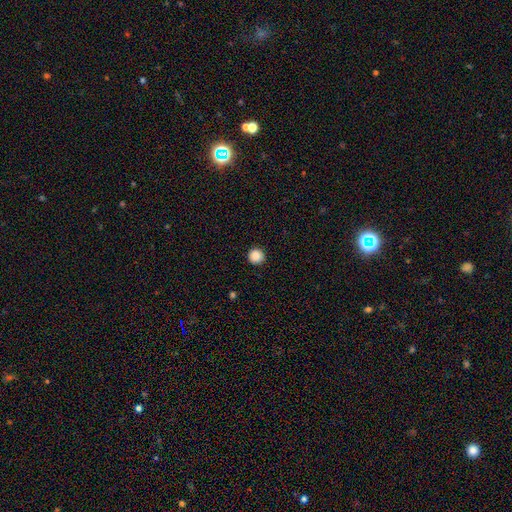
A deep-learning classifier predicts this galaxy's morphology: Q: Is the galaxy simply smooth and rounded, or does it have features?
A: smooth — 87%.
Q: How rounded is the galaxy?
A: round — 95%.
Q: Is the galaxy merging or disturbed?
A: none — 93%.